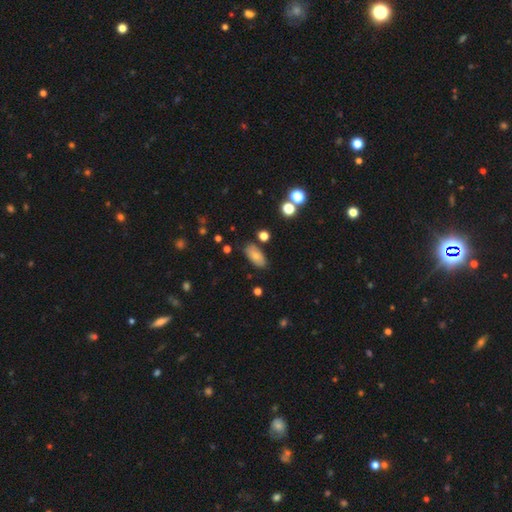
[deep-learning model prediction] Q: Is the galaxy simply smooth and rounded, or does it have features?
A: smooth — 78%.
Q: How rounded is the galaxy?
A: in between — 90%.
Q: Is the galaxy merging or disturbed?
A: none — 81%.